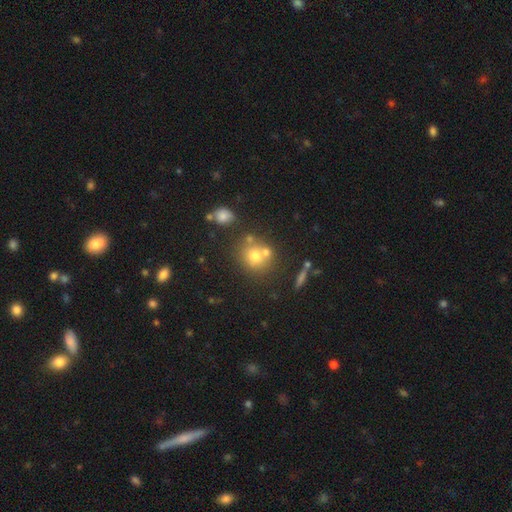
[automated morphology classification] Q: Smooth or featured?
A: smooth (66%); runner-up: star or artifact (17%)
Q: How rounded?
A: round (83%); runner-up: in between (15%)
Q: Merging?
A: none (56%); runner-up: merger (29%)